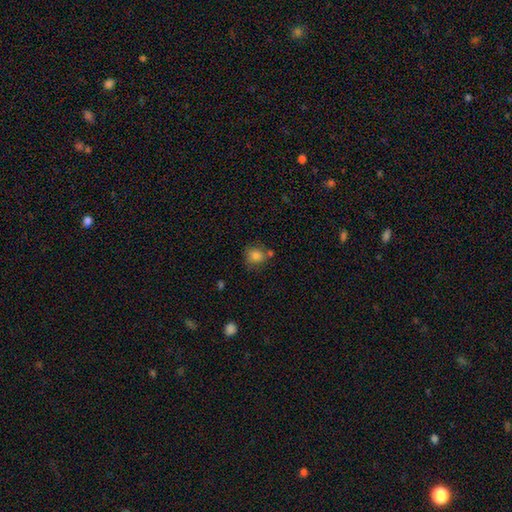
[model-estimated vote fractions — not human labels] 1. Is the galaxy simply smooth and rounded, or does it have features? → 82% smooth, 10% star or artifact, 8% featured or disk.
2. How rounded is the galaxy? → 74% round, 25% in between, 1% cigar-shaped.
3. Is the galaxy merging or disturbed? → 60% none, 19% minor disturbance, 15% merger, 6% major disturbance.